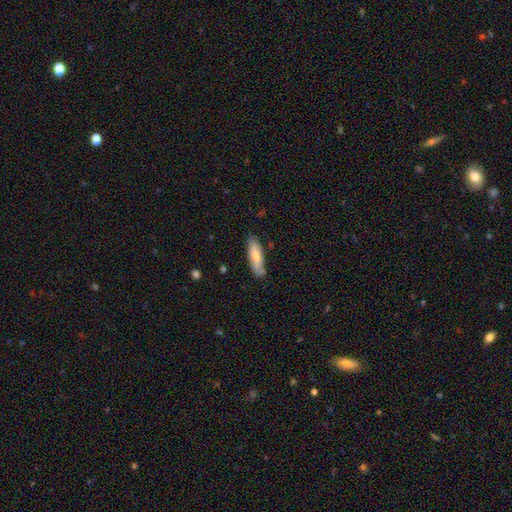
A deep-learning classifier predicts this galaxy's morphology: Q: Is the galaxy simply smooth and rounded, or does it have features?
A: smooth — 69%.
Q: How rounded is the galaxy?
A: cigar-shaped — 50%.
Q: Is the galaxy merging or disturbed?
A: none — 76%.